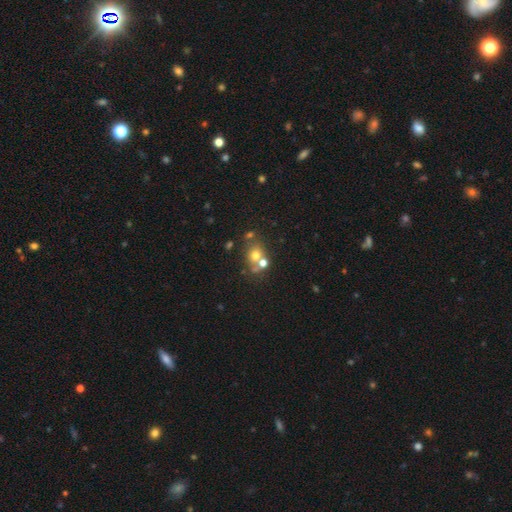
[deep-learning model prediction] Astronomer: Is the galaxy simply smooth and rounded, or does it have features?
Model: smooth — 62%.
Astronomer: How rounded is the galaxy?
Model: round — 68%.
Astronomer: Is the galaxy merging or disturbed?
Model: none — 49% (runner-up: merger, 36%).